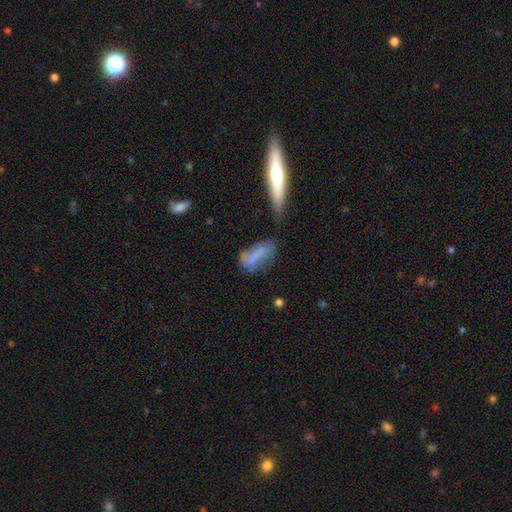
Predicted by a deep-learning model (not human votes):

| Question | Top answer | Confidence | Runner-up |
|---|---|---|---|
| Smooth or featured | smooth | 61% | featured or disk (27%) |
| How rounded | in between | 63% | cigar-shaped (32%) |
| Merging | none | 36% | minor disturbance (28%) |